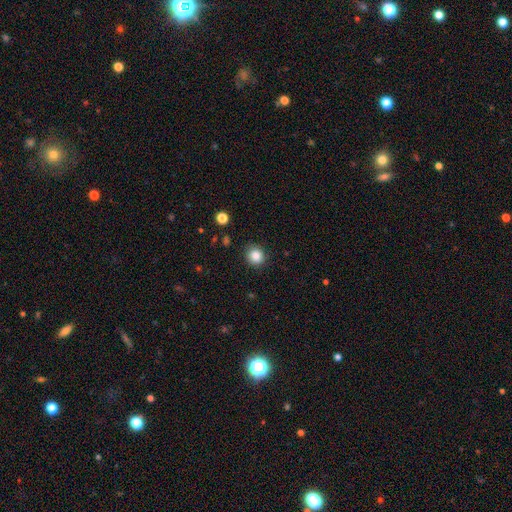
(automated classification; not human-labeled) Smooth or featured?
  - smooth: 85% *
  - star or artifact: 11%
  - featured or disk: 5%
How rounded?
  - round: 87% *
  - in between: 12%
  - cigar-shaped: 1%
Merging?
  - none: 88% *
  - minor disturbance: 8%
  - major disturbance: 2%
  - merger: 1%